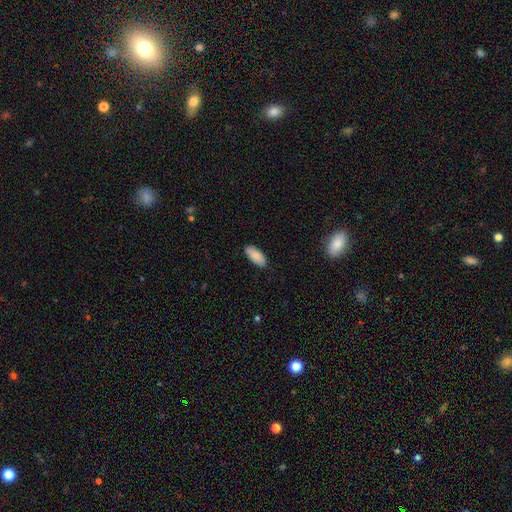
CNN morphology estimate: This appears to be a smooth galaxy with no disk features (86%) that is in between round and cigar-shaped (87%). Merging: none (87%).